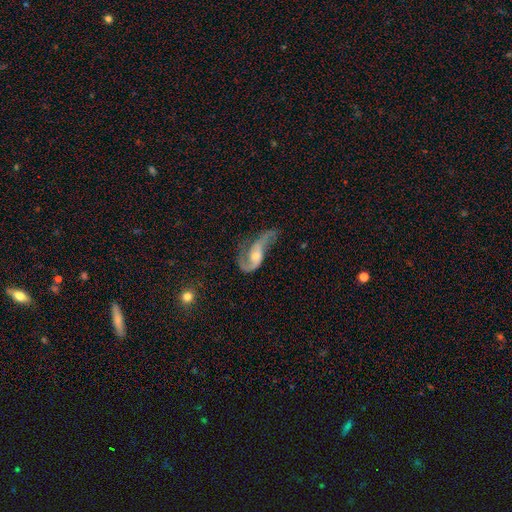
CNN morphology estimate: Smooth or featured? featured or disk (82%)
Edge-on disk? no (94%)
Bar? no (55%)
Spiral arms? yes (92%)
Spiral winding? loose (68%)
Spiral arm count? 2 (82%)
Bulge size? moderate (49%)
Merging? major disturbance (37%)